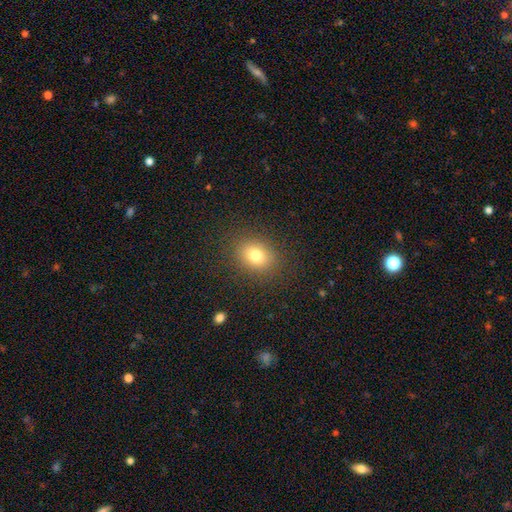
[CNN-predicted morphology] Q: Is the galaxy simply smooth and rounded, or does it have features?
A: smooth — 78%.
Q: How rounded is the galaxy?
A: in between — 53%.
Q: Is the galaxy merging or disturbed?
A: none — 86%.